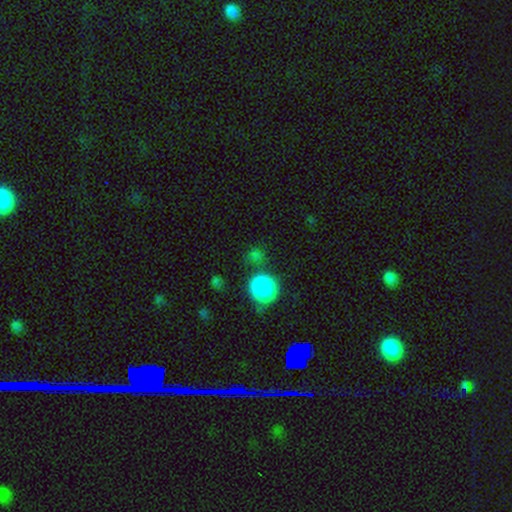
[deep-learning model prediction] A smooth galaxy with no disk features (77%) that is round (78%). Merging: none (65%).